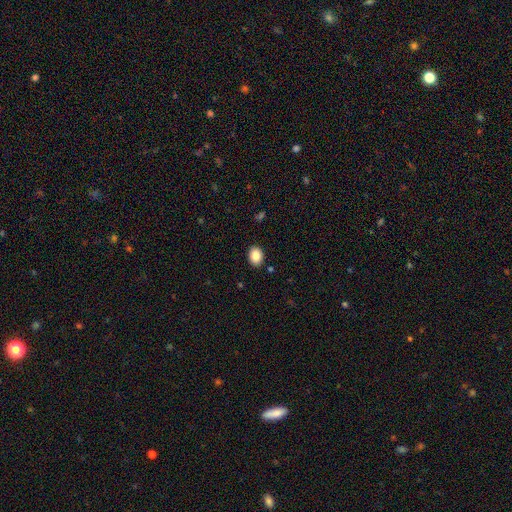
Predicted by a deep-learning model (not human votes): A smooth galaxy with no disk features (87%) that is in between round and cigar-shaped (70%). Merging: none (89%).